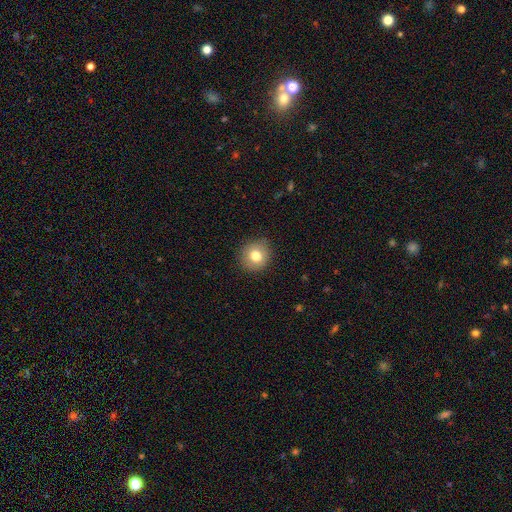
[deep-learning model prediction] Q: Smooth or featured?
A: smooth (78%); runner-up: featured or disk (12%)
Q: How rounded?
A: round (89%); runner-up: in between (10%)
Q: Merging?
A: none (88%); runner-up: minor disturbance (9%)